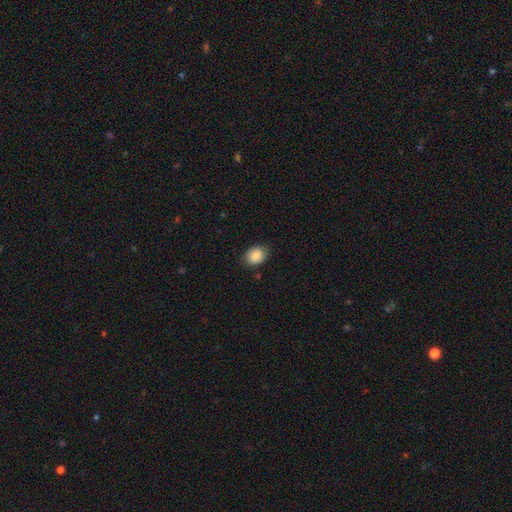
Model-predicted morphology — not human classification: smooth_or_featured: smooth (p=0.87) [alt: star or artifact p=0.08]
how_rounded: in between (p=0.62) [alt: round p=0.37]
merging: none (p=0.80) [alt: minor disturbance p=0.16]